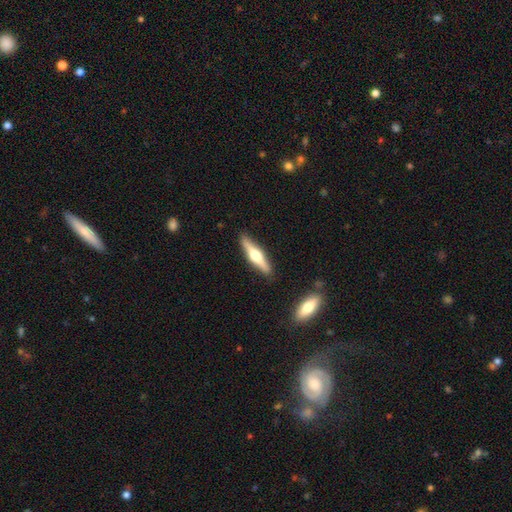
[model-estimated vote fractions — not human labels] Q: Smooth or featured?
A: featured or disk (63%); runner-up: smooth (32%)
Q: Edge-on disk?
A: yes (96%); runner-up: no (4%)
Q: Edge-on bulge?
A: rounded (94%); runner-up: boxy (4%)
Q: Merging?
A: none (89%); runner-up: minor disturbance (7%)